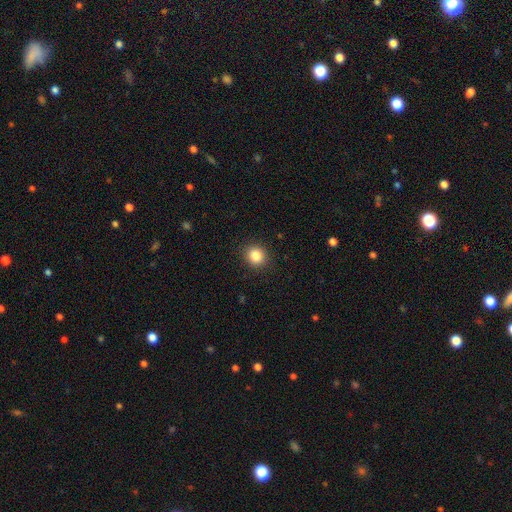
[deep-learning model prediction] smooth_or_featured: smooth (p=0.85) [alt: star or artifact p=0.11]
how_rounded: round (p=0.85) [alt: in between p=0.14]
merging: none (p=0.91) [alt: minor disturbance p=0.06]